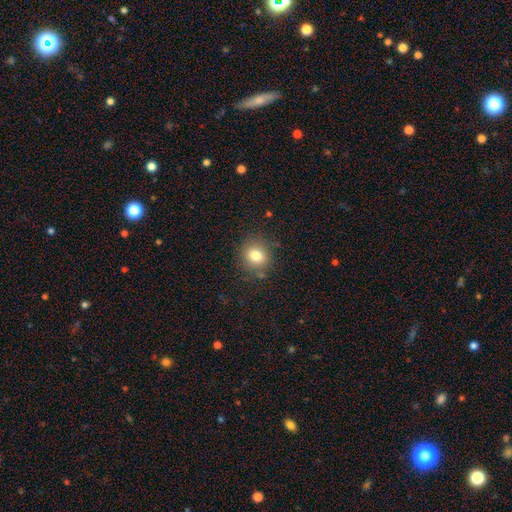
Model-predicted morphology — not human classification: This is likely a smooth galaxy (79%). How rounded: likely round (77%). Merging: clearly none (81%).